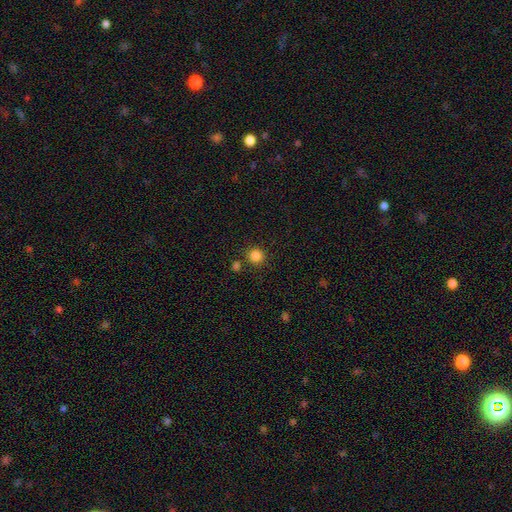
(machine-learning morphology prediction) This appears to be a smooth galaxy with no disk features (85%) that is round (93%). Merging: none (84%).